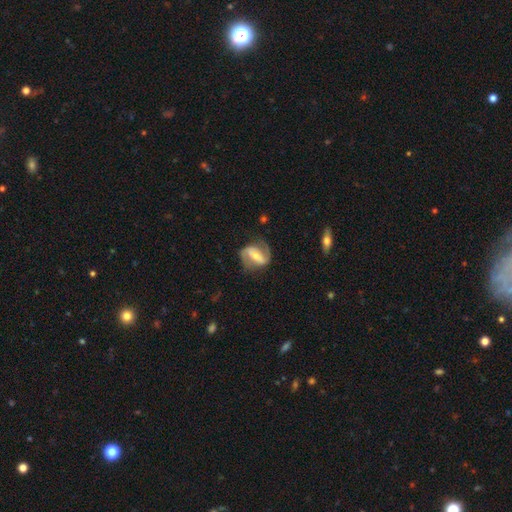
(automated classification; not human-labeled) Smooth or featured?
  - featured or disk: 82% *
  - smooth: 13%
  - star or artifact: 5%
Edge-on disk?
  - no: 96% *
  - yes: 4%
Bar?
  - strong: 60% *
  - weak: 26%
  - no: 14%
Spiral arms?
  - yes: 91% *
  - no: 9%
Spiral winding?
  - medium: 46% *
  - loose: 33%
  - tight: 22%
Spiral arm count?
  - 2: 90% *
  - can't tell: 4%
  - 1: 3%
  - 3: 1%
  - 4: 1%
  - more than 4: 1%
Bulge size?
  - small: 47% *
  - moderate: 46%
  - large: 3%
  - none: 2%
  - dominant: 1%
Merging?
  - none: 74% *
  - minor disturbance: 16%
  - major disturbance: 8%
  - merger: 2%